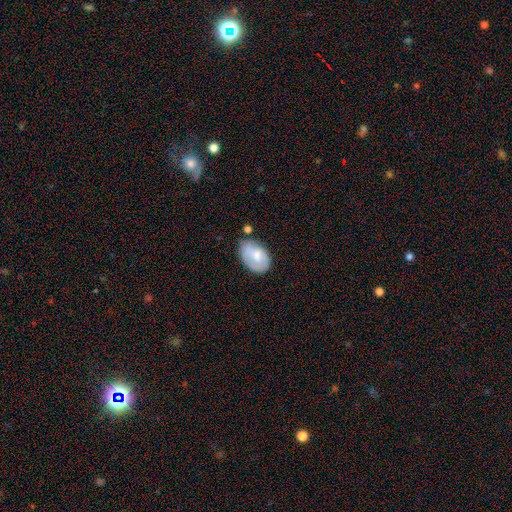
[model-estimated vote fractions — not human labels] A smooth galaxy with no disk features (65%) that is in between round and cigar-shaped (88%).

Vote fractions:
- Smooth or featured? smooth: 65% / featured or disk: 28% / star or artifact: 7%
- How rounded? in between: 88% / round: 11% / cigar-shaped: 1%
- Merging? none: 52% / minor disturbance: 31% / major disturbance: 9% / merger: 7%